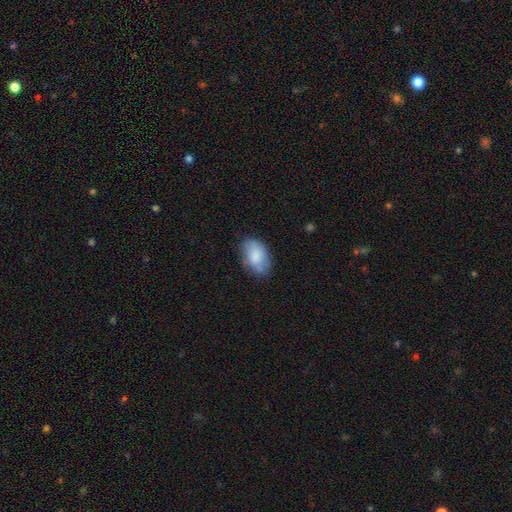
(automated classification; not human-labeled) Smooth or featured?
  - smooth: 79% *
  - featured or disk: 14%
  - star or artifact: 7%
How rounded?
  - in between: 91% *
  - round: 7%
  - cigar-shaped: 2%
Merging?
  - none: 69% *
  - minor disturbance: 23%
  - major disturbance: 6%
  - merger: 2%